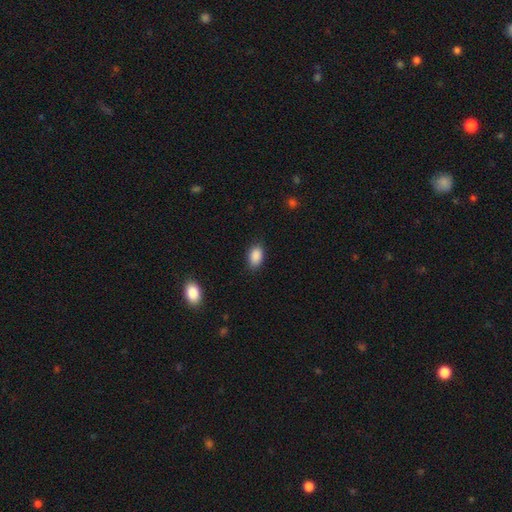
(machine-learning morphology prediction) smooth 89%, star or artifact 8%, featured or disk 3%. Down the decision tree: how rounded — in between (89%); merging — none (85%).